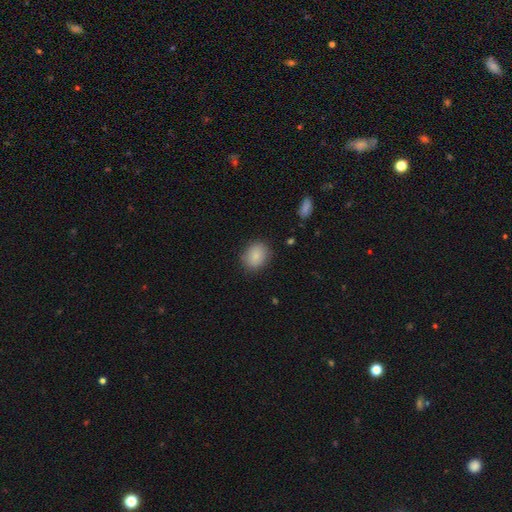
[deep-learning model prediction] smooth-or-featured: smooth: 86% | star or artifact: 8% | featured or disk: 6%
  how-rounded: in between: 51% | round: 48% | cigar-shaped: 1%
  merging: none: 84% | minor disturbance: 11% | major disturbance: 3% | merger: 1%